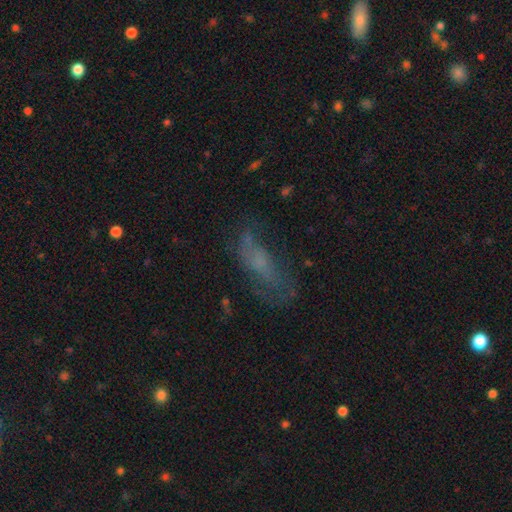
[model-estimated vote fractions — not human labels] featured or disk 40%, smooth 37%, star or artifact 23%. Down the decision tree: merging — none (55%).